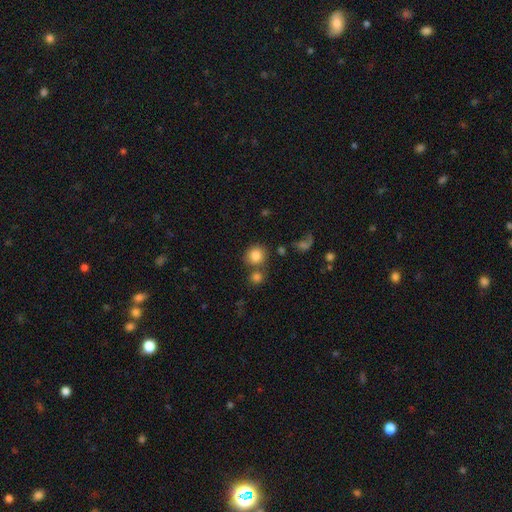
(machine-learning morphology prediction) Overall: smooth (83%). How rounded: round (87%). Merging: none (65%).